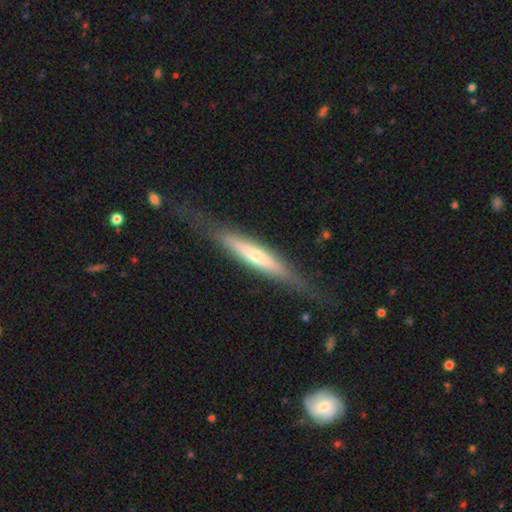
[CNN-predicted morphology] A featured or disk galaxy (56%) viewed edge-on (89%).

Vote fractions:
- Smooth or featured? featured or disk: 56% / smooth: 38% / star or artifact: 6%
- Edge-on disk? yes: 89% / no: 11%
- Merging? none: 74% / minor disturbance: 17% / major disturbance: 7% / merger: 2%